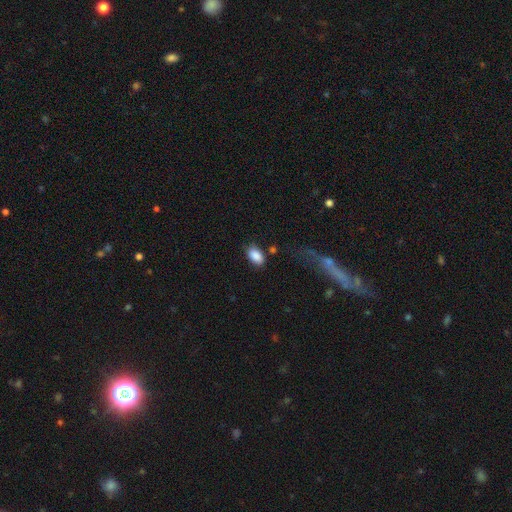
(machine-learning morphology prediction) Smooth or featured? smooth (88%)
How rounded? in between (92%)
Merging? none (78%)